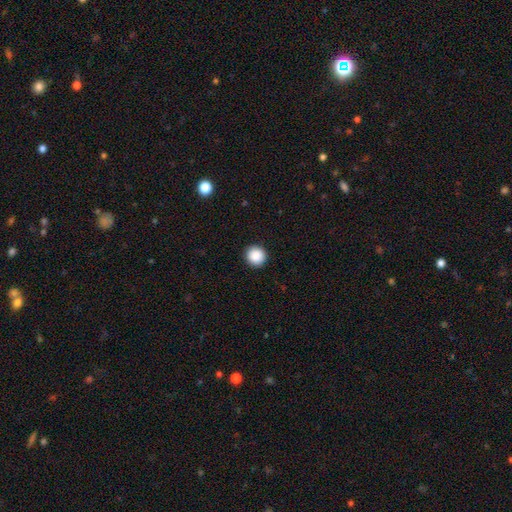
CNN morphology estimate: A smooth galaxy with no disk features (88%) that is round (92%). Merging: none (92%).